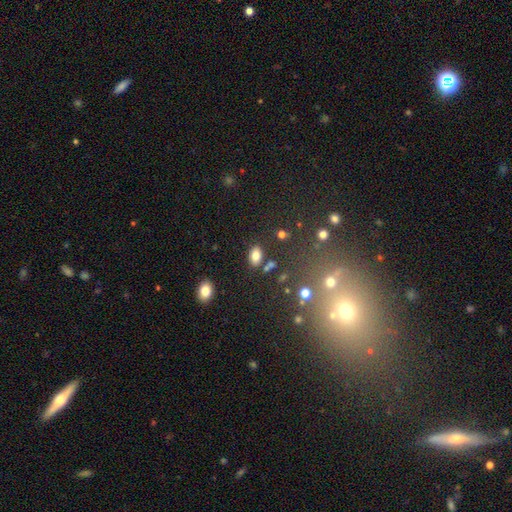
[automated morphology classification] This is clearly a smooth galaxy (81%). How rounded: clearly in between (89%). Merging: likely none (79%).